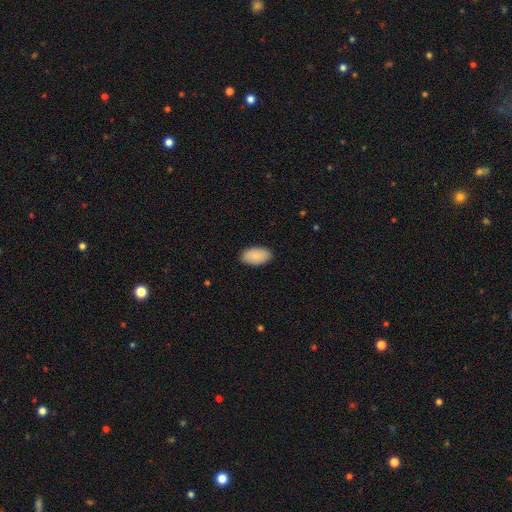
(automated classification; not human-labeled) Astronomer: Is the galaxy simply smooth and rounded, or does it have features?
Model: smooth — 89%.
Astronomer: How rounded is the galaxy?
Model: in between — 96%.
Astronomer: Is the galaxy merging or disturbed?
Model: none — 89%.